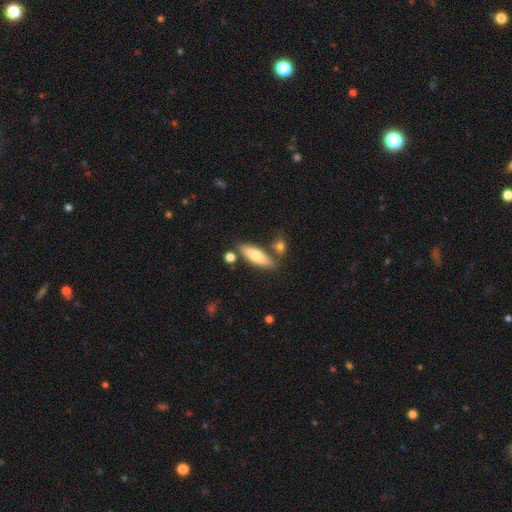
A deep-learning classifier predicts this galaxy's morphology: This appears to be a smooth galaxy with no disk features (72%) that is in between round and cigar-shaped (53%). Merging: none (70%).